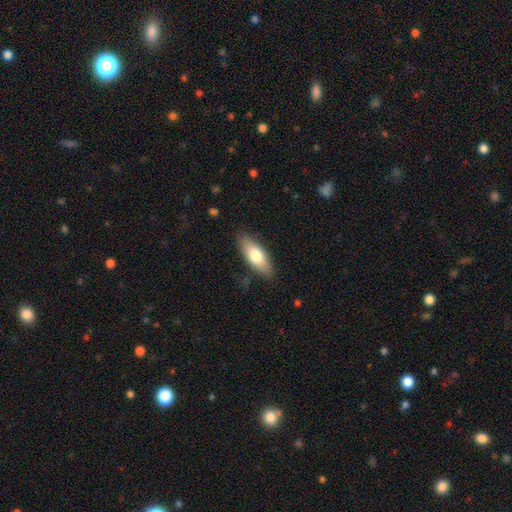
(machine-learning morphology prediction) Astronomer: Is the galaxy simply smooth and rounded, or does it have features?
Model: smooth — 74%.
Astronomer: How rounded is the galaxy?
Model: in between — 71%.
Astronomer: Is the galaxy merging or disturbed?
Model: none — 86%.